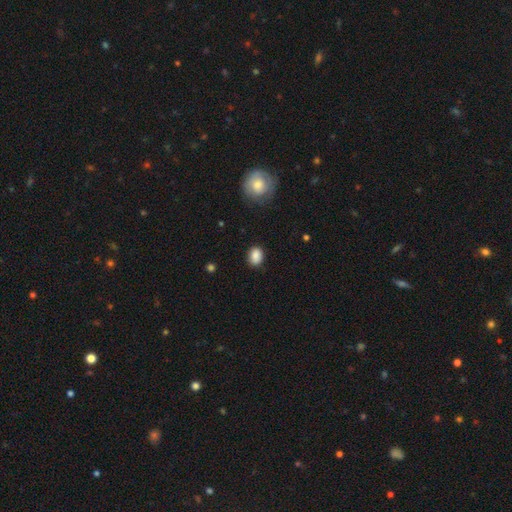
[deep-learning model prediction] The model was most divided on "how rounded": in between: 64%, round: 35%, cigar-shaped: 1%. More confident: smooth or featured — smooth (87%); merging — none (84%).